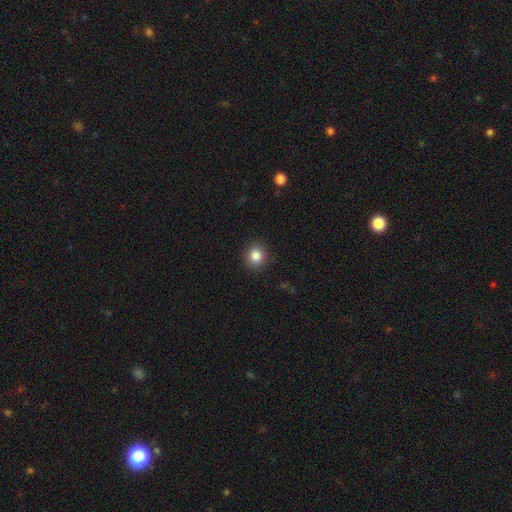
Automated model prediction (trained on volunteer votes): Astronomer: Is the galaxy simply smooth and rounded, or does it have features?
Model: smooth — 84%.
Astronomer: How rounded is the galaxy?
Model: round — 89%.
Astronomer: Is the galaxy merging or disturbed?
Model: none — 91%.